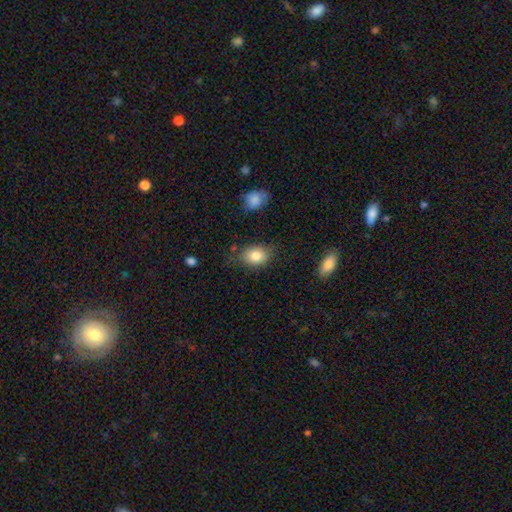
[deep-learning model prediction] A smooth galaxy with no disk features (82%) that is in between round and cigar-shaped (66%). Merging: none (73%).